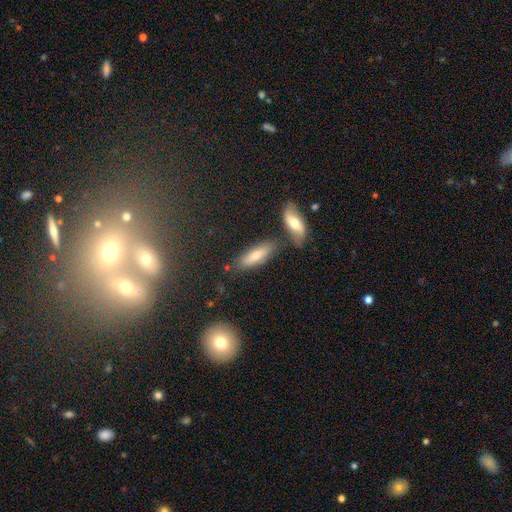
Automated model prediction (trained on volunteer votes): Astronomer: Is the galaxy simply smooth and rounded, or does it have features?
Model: smooth — 73%.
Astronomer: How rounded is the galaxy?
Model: in between — 60% (runner-up: cigar-shaped, 37%).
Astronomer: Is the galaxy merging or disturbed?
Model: none — 69%.